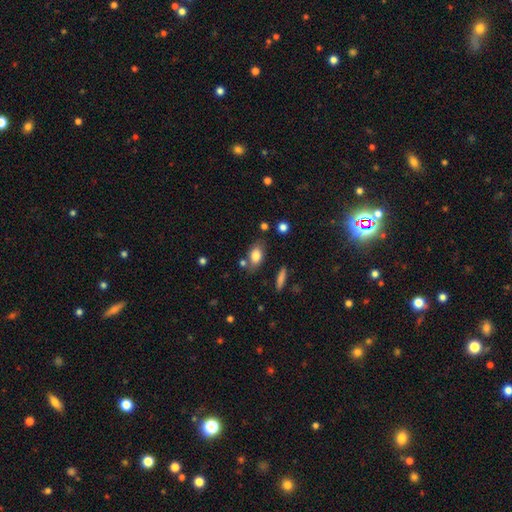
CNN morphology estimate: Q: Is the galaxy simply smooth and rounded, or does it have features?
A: smooth — 79%.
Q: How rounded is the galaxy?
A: in between — 83%.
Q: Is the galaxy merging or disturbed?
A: none — 73%.